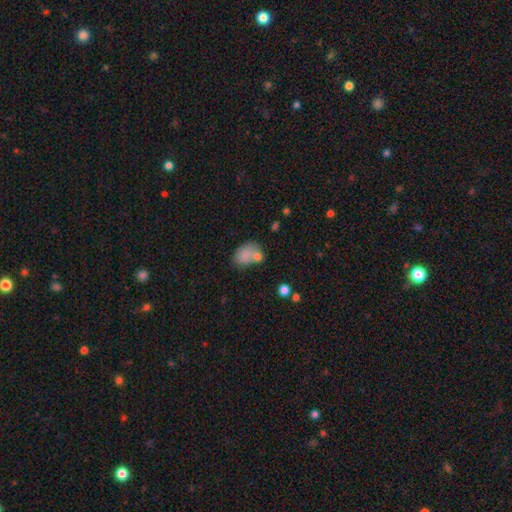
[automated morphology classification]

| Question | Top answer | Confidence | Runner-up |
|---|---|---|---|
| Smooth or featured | smooth | 79% | featured or disk (11%) |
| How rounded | in between | 73% | round (25%) |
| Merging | none | 39% | merger (36%) |